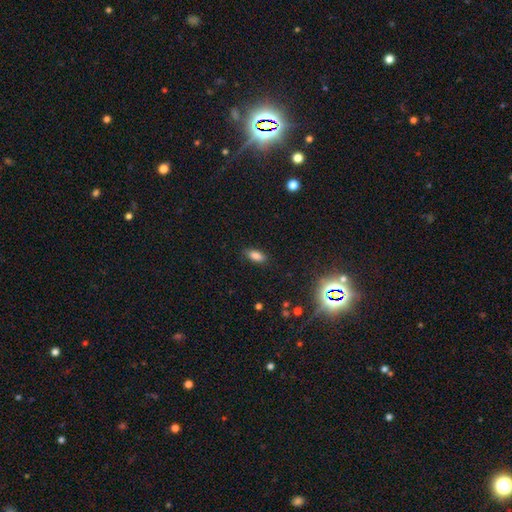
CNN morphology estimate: The model was most divided on "smooth or featured": smooth: 82%, star or artifact: 12%, featured or disk: 7%. More confident: how rounded — in between (85%); merging — none (84%).